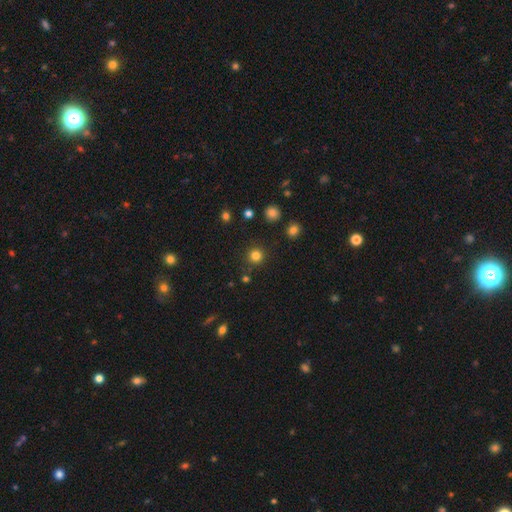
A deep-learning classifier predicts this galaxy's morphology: smooth-or-featured: smooth: 82% | star or artifact: 14% | featured or disk: 4%
  how-rounded: round: 95% | in between: 4% | cigar-shaped: 1%
  merging: none: 90% | minor disturbance: 6% | merger: 2% | major disturbance: 2%